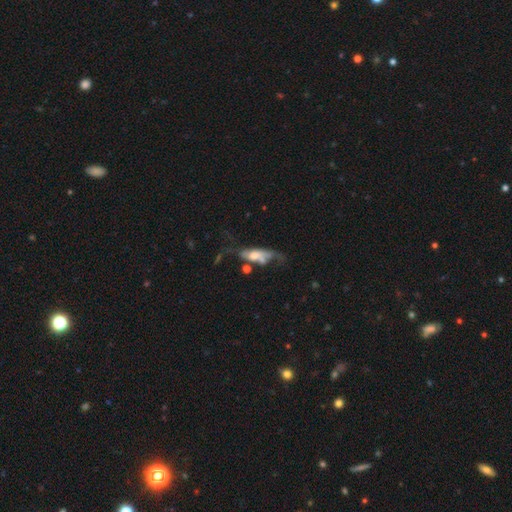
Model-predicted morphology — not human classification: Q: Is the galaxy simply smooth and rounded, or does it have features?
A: featured or disk — 48%.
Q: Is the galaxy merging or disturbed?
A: major disturbance — 40%.